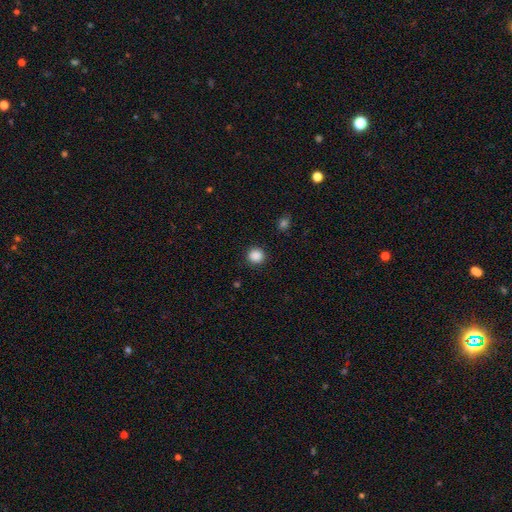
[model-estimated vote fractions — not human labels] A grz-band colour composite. It shows a smooth galaxy with no disk features (87%) that is round (92%). Merging: none (91%).